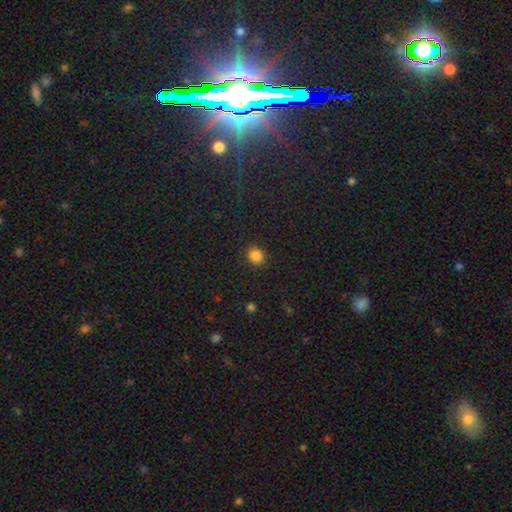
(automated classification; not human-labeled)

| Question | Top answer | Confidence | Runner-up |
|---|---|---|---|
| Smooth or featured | smooth | 85% | star or artifact (12%) |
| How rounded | round | 76% | in between (23%) |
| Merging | none | 90% | minor disturbance (7%) |